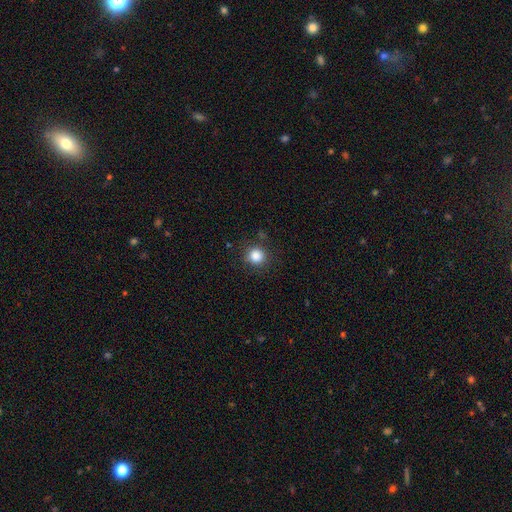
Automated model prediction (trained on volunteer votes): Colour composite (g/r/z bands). It shows a smooth galaxy with no disk features (85%) that is round (91%). Merging: none (85%).